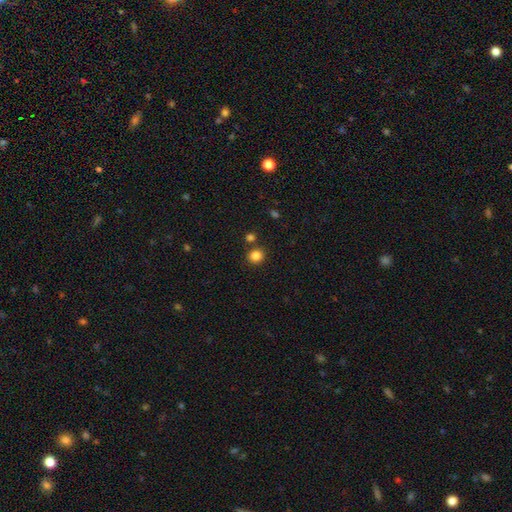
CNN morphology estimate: A smooth galaxy with no disk features (84%) that is round (86%).

Vote fractions:
- Smooth or featured? smooth: 84% / star or artifact: 12% / featured or disk: 4%
- How rounded? round: 86% / in between: 13% / cigar-shaped: 1%
- Merging? none: 82% / merger: 9% / minor disturbance: 7% / major disturbance: 3%